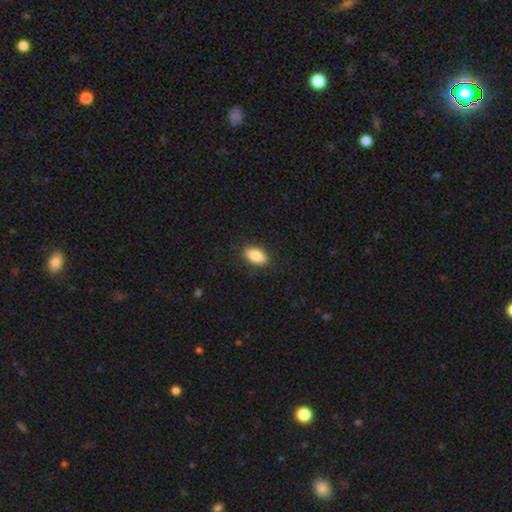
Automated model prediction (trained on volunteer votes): Overall: smooth (86%). How rounded: in between (90%). Merging: none (88%).